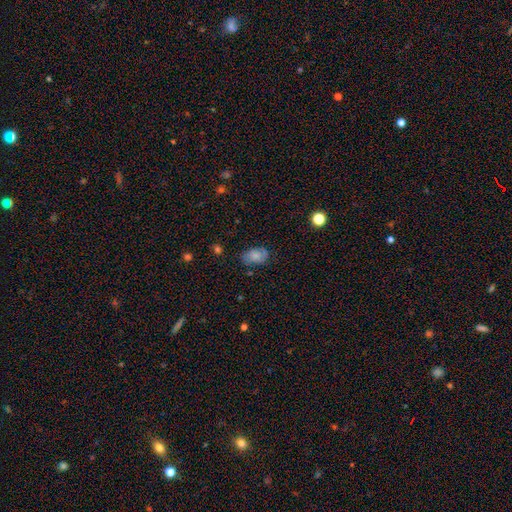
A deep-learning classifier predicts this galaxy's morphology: smooth 68%, featured or disk 22%, star or artifact 10%. Down the decision tree: how rounded — in between (87%); merging — none (70%).